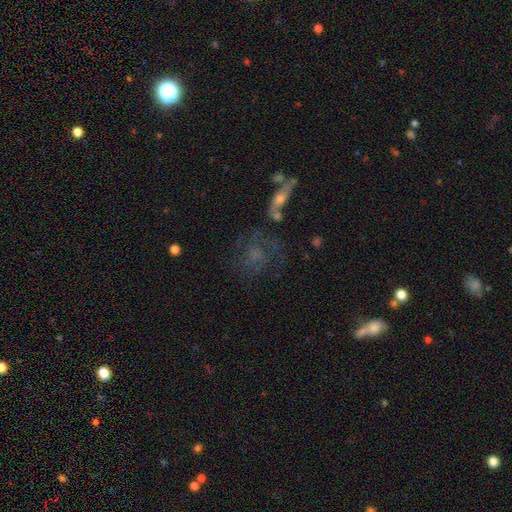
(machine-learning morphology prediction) A featured or disk galaxy (54%). Merging: none (54%).